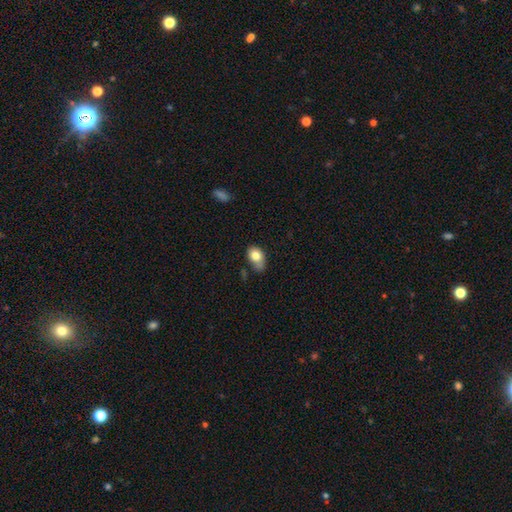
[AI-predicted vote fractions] This appears to be a smooth galaxy with no disk features (79%) that is in between round and cigar-shaped (79%). Merging: none (42%).